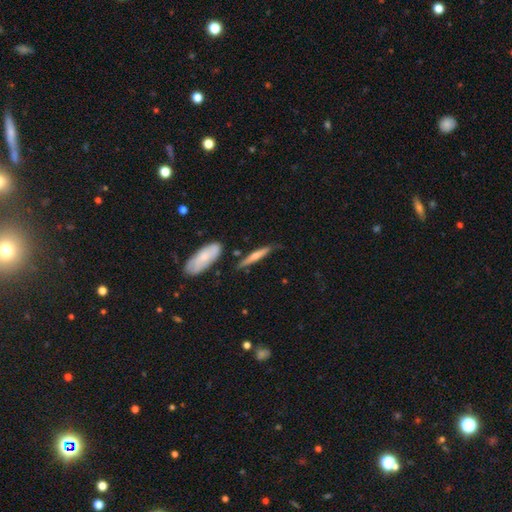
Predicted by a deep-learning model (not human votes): Q: Smooth or featured?
A: smooth (54%); runner-up: featured or disk (41%)
Q: How rounded?
A: cigar-shaped (88%); runner-up: in between (10%)
Q: Merging?
A: none (72%); runner-up: minor disturbance (19%)